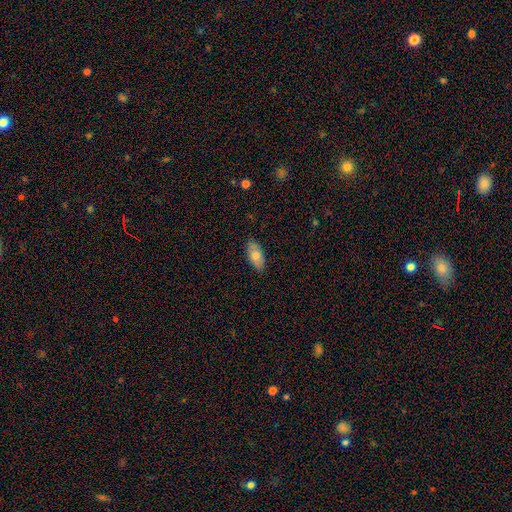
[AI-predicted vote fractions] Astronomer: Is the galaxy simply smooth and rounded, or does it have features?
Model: smooth — 77%.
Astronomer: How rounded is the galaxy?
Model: in between — 89%.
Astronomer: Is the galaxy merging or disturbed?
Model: none — 83%.